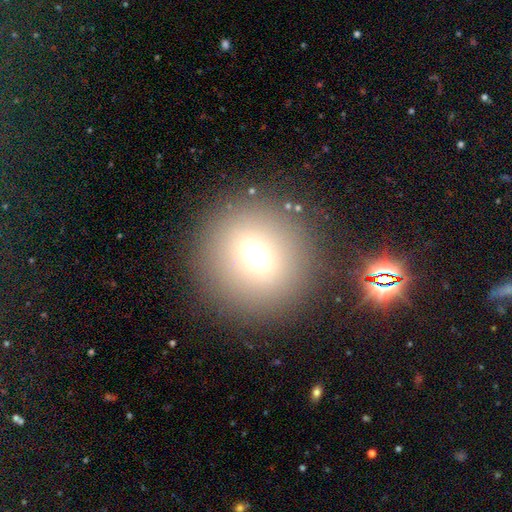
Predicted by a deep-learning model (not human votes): A smooth galaxy with no disk features (65%) that is round (86%). Merging: none (86%).